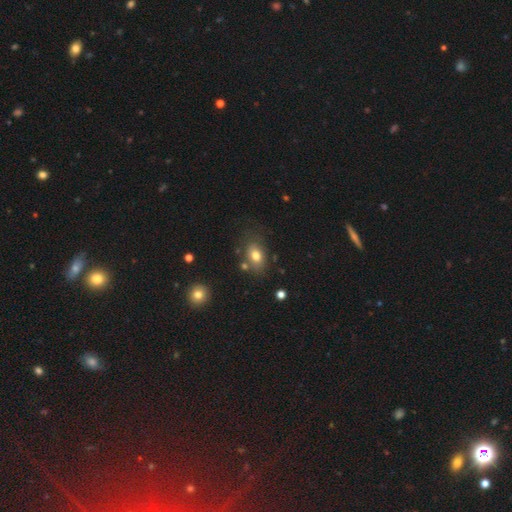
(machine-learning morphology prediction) A smooth galaxy with no disk features (76%) that is in between round and cigar-shaped (81%). Merging: none (69%).